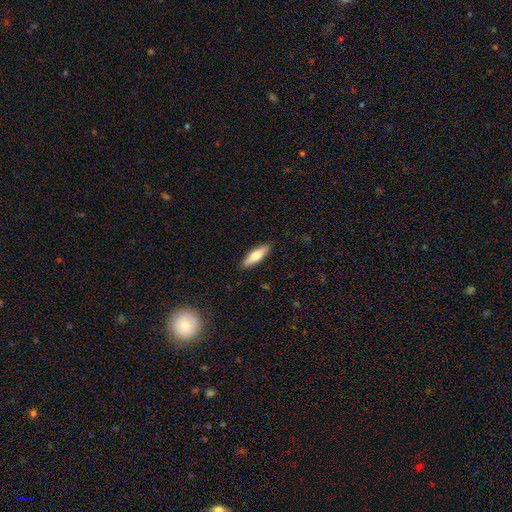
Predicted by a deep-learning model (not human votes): smooth_or_featured: smooth (p=0.68) [alt: featured or disk p=0.27]
how_rounded: cigar-shaped (p=0.58) [alt: in between p=0.40]
merging: none (p=0.90) [alt: minor disturbance p=0.08]